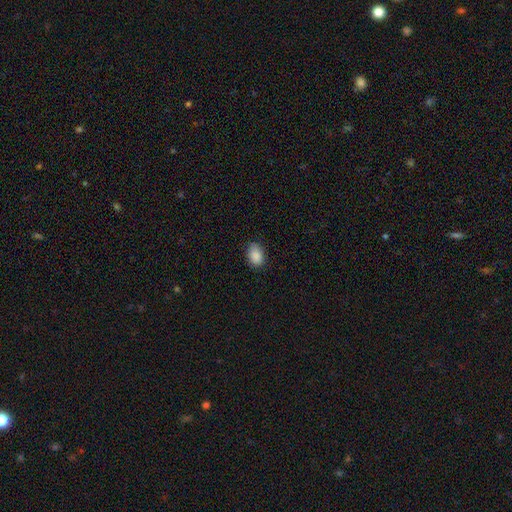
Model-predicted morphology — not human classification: Smooth or featured?
  - smooth: 88% *
  - star or artifact: 8%
  - featured or disk: 4%
How rounded?
  - in between: 80% *
  - round: 19%
  - cigar-shaped: 1%
Merging?
  - none: 74% *
  - minor disturbance: 21%
  - major disturbance: 4%
  - merger: 1%